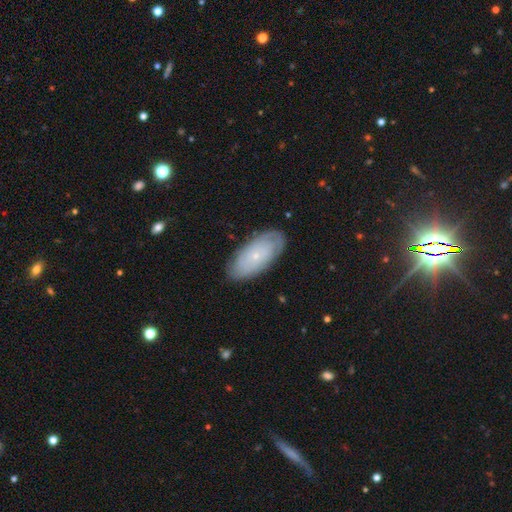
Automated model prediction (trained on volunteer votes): The model was most divided on "smooth or featured": featured or disk: 52%, smooth: 41%, star or artifact: 7%. More confident: edge-on disk — no (90%); merging — none (82%).